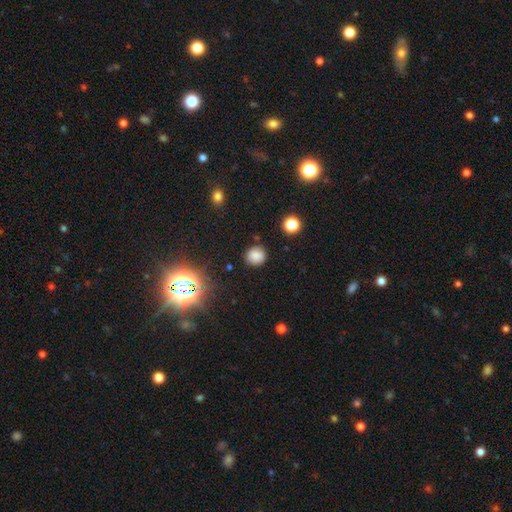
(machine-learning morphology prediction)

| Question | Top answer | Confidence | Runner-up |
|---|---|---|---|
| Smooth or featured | smooth | 80% | star or artifact (15%) |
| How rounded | round | 83% | in between (16%) |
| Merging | none | 84% | minor disturbance (11%) |